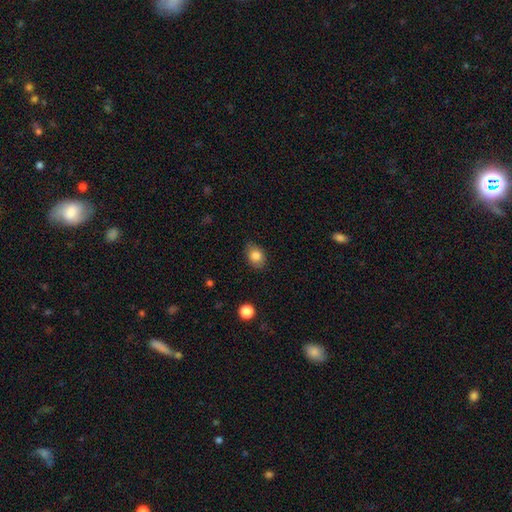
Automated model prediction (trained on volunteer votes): Smooth or featured?
  - smooth: 83% *
  - featured or disk: 9%
  - star or artifact: 9%
How rounded?
  - in between: 73% *
  - round: 26%
  - cigar-shaped: 1%
Merging?
  - none: 82% *
  - minor disturbance: 14%
  - major disturbance: 3%
  - merger: 1%